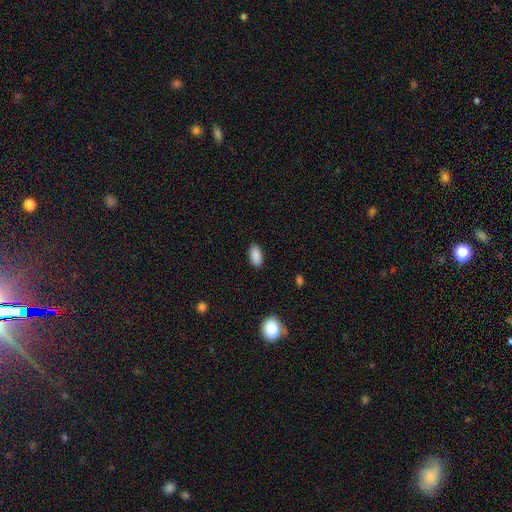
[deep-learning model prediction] A smooth galaxy with no disk features (89%) that is in between round and cigar-shaped (93%). Merging: none (86%).